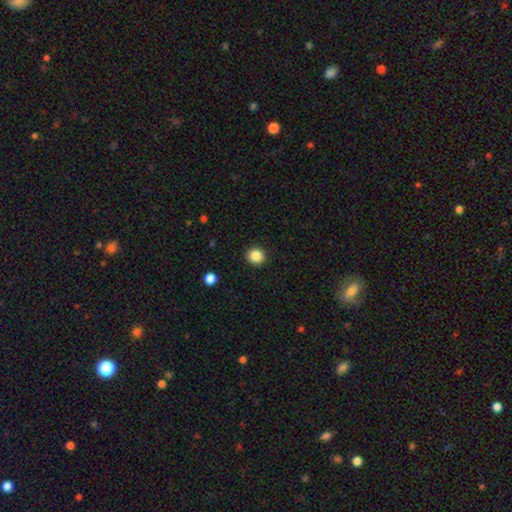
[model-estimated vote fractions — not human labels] The model was most divided on "how rounded": round: 86%, in between: 14%, cigar-shaped: 1%. More confident: merging — none (91%); smooth or featured — smooth (87%).